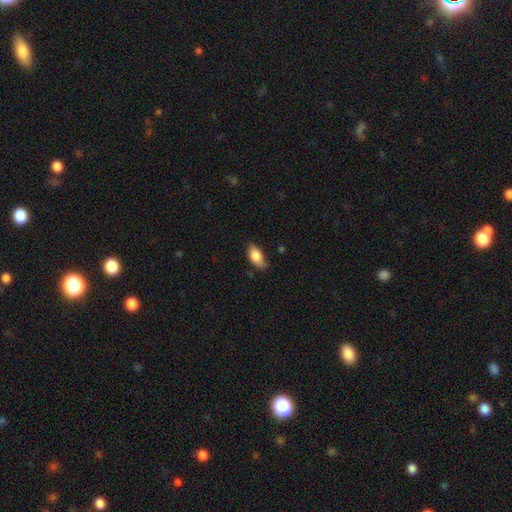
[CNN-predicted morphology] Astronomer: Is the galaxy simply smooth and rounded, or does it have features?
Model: smooth — 83%.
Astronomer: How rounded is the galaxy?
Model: in between — 90%.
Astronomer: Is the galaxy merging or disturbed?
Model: none — 67%.